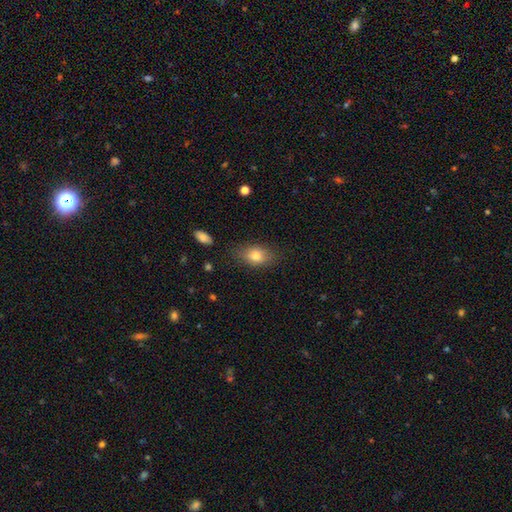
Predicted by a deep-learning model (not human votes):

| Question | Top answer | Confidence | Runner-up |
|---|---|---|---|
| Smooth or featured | smooth | 80% | featured or disk (12%) |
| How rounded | in between | 82% | round (15%) |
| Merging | none | 78% | minor disturbance (16%) |